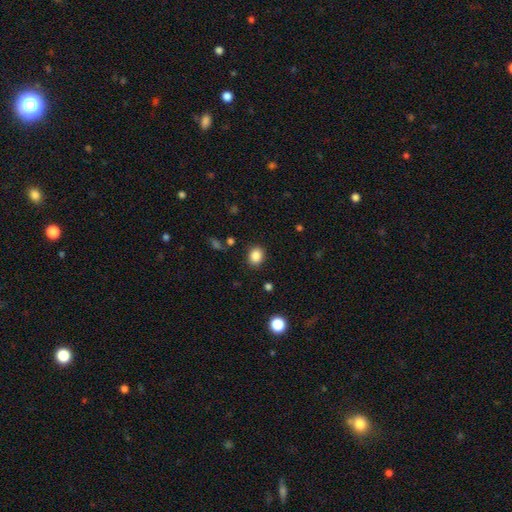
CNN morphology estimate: The model was most divided on "how rounded": round: 53%, in between: 46%, cigar-shaped: 1%. More confident: merging — none (87%); smooth or featured — smooth (86%).